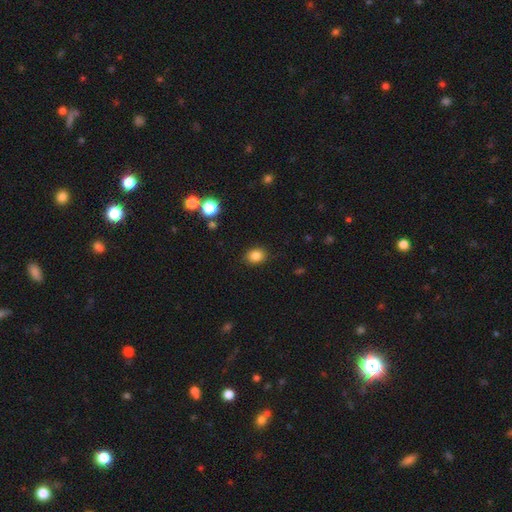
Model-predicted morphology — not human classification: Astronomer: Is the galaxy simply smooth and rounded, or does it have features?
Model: smooth — 85%.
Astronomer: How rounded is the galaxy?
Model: round — 51% (runner-up: in between, 48%).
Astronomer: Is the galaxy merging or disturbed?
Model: none — 88%.